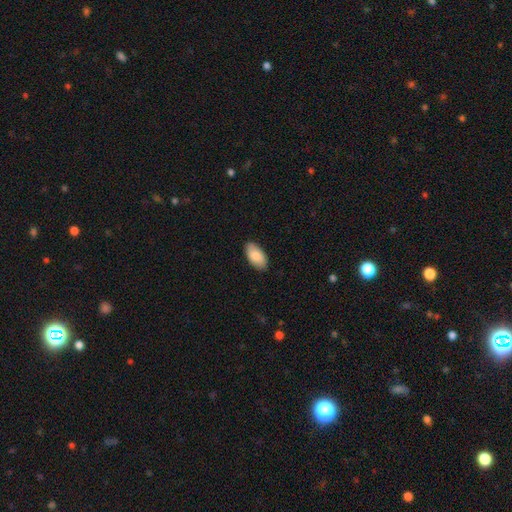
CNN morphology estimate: A smooth galaxy with no disk features (87%) that is in between round and cigar-shaped (95%). Merging: none (88%).